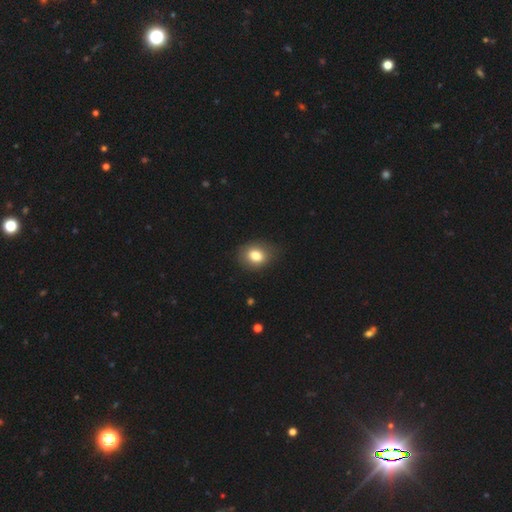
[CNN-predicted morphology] Smooth or featured? smooth (80%)
How rounded? in between (52%)
Merging? none (79%)